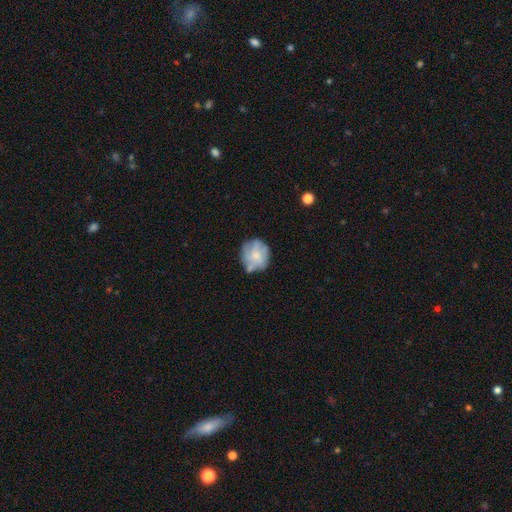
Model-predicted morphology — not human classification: A smooth galaxy with no disk features (51%) that is round (83%). Merging: none (63%).